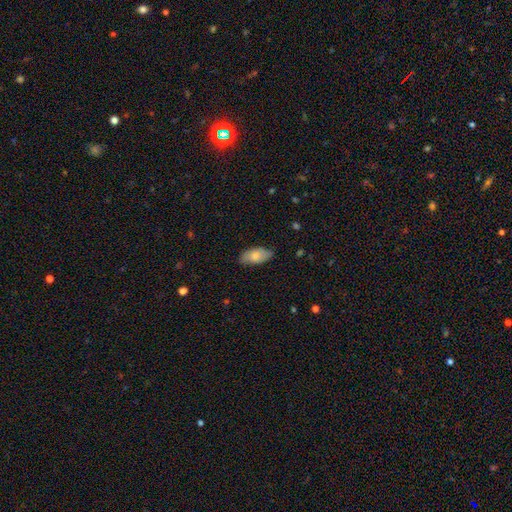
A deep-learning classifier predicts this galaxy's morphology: Smooth or featured: smooth — 76% (featured or disk — 18%)
How rounded: in between — 92% (cigar-shaped — 6%)
Merging: none — 78% (minor disturbance — 18%)